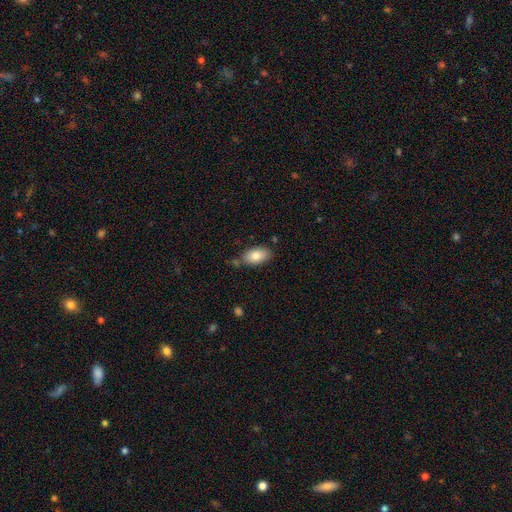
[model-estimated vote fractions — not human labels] A smooth galaxy with no disk features (83%) that is in between round and cigar-shaped (93%).

Vote fractions:
- Smooth or featured? smooth: 83% / featured or disk: 10% / star or artifact: 7%
- How rounded? in between: 93% / round: 4% / cigar-shaped: 3%
- Merging? none: 74% / minor disturbance: 16% / merger: 6% / major disturbance: 4%